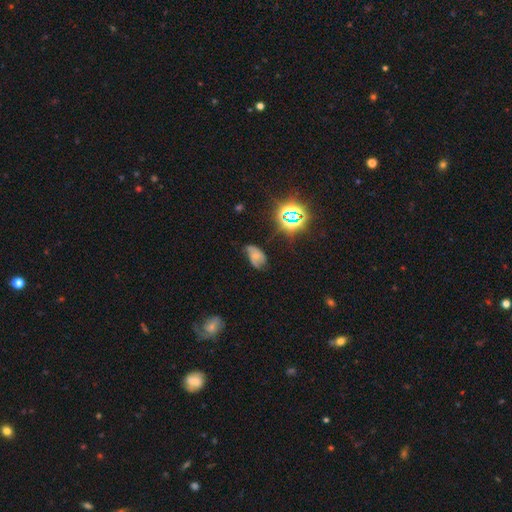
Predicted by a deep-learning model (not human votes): Smooth or featured?
  - featured or disk: 41% *
  - smooth: 37%
  - star or artifact: 22%
Merging?
  - none: 40% *
  - minor disturbance: 36%
  - major disturbance: 20%
  - merger: 4%